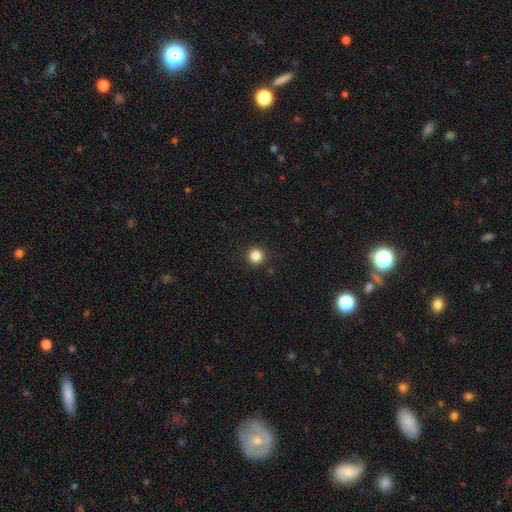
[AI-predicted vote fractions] Smooth or featured? smooth (84%)
How rounded? round (95%)
Merging? none (92%)